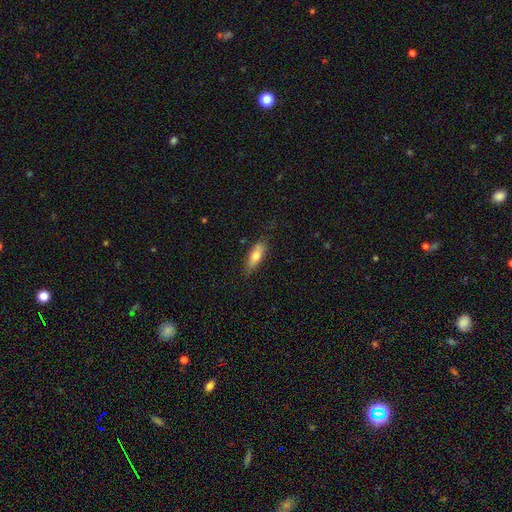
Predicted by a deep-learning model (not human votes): Smooth or featured? smooth (71%)
How rounded? in between (61%)
Merging? none (77%)